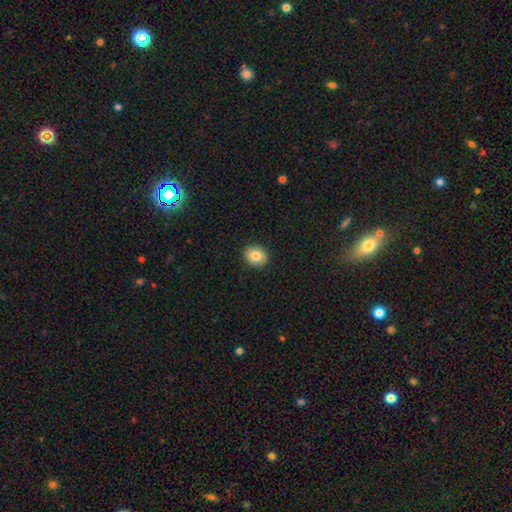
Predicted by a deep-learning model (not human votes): smooth-or-featured: smooth: 82% | featured or disk: 9% | star or artifact: 9%
  how-rounded: round: 60% | in between: 39% | cigar-shaped: 1%
  merging: none: 91% | minor disturbance: 7% | major disturbance: 2% | merger: 1%